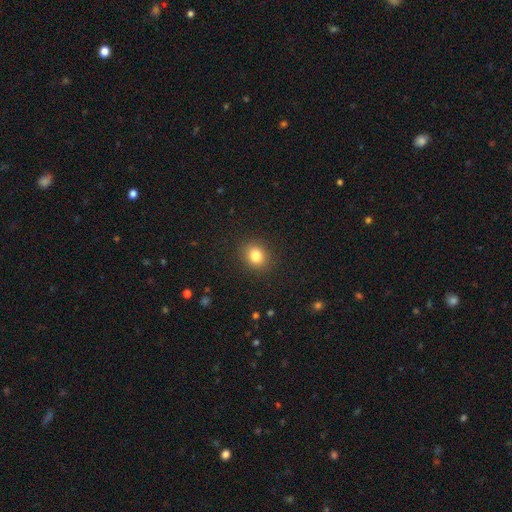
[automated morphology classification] Smooth or featured: smooth — 82% (star or artifact — 11%)
How rounded: round — 67% (in between — 32%)
Merging: none — 89% (minor disturbance — 7%)